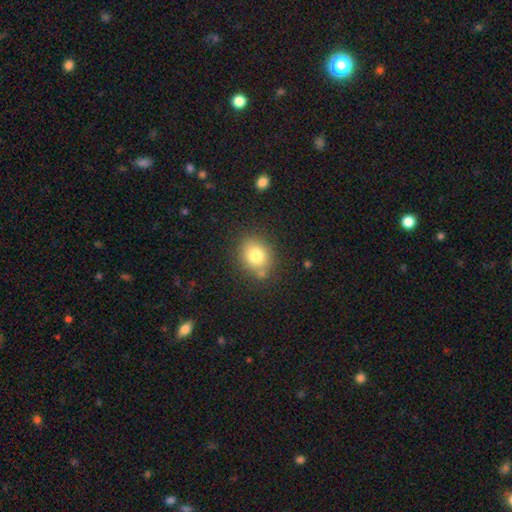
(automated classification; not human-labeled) smooth_or_featured: smooth (p=0.78) [alt: featured or disk p=0.11]
how_rounded: round (p=0.61) [alt: in between p=0.38]
merging: none (p=0.76) [alt: minor disturbance p=0.13]